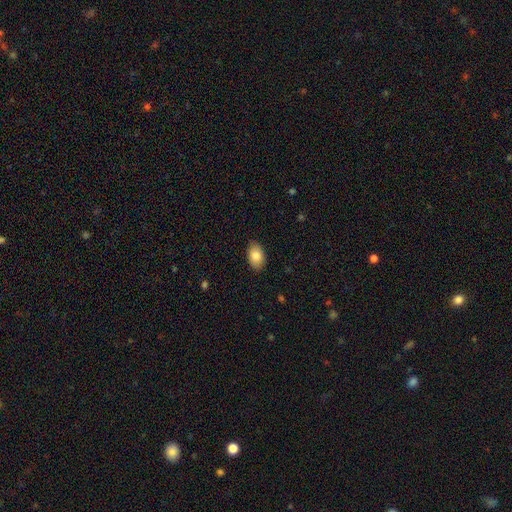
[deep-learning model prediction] Smooth or featured?
  - smooth: 83% *
  - featured or disk: 10%
  - star or artifact: 7%
How rounded?
  - in between: 91% *
  - round: 7%
  - cigar-shaped: 1%
Merging?
  - none: 88% *
  - minor disturbance: 9%
  - major disturbance: 2%
  - merger: 1%